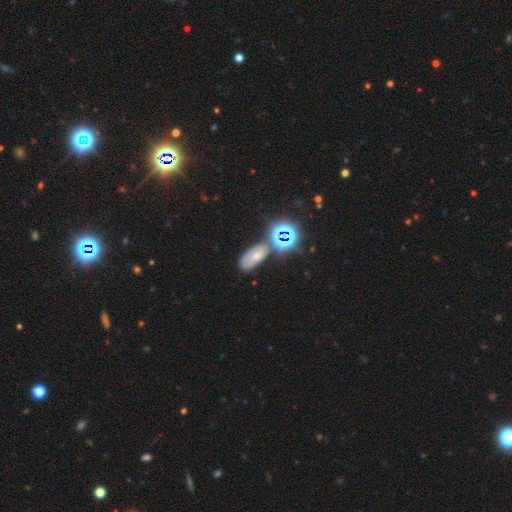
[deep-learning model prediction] A smooth galaxy with no disk features (40%).

Vote fractions:
- Smooth or featured? smooth: 40% / star or artifact: 33% / featured or disk: 27%
- Merging? none: 62% / minor disturbance: 19% / merger: 11% / major disturbance: 7%